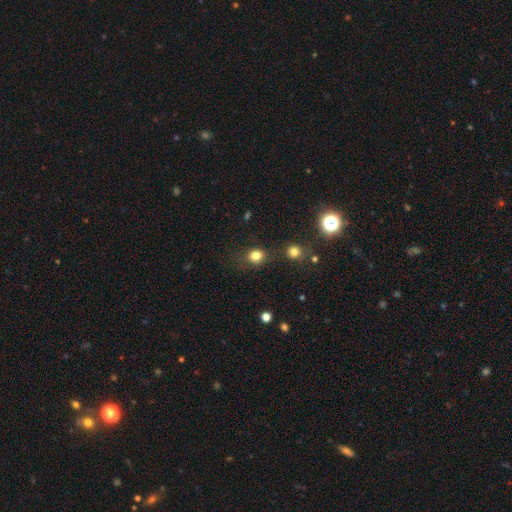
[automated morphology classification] A smooth galaxy with no disk features (80%) that is round (68%). Merging: none (70%).